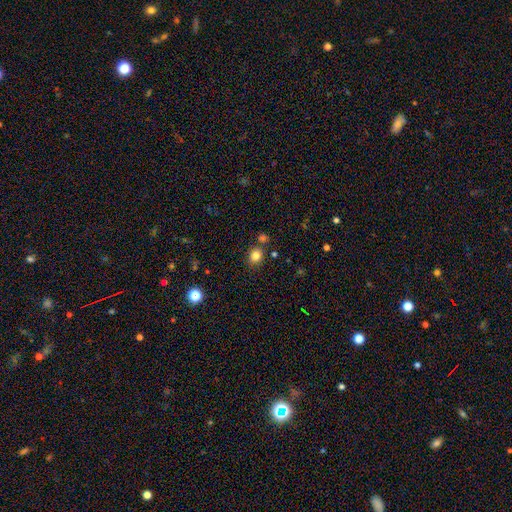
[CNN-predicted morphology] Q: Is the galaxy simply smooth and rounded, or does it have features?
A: smooth — 81%.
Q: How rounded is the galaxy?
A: round — 72%.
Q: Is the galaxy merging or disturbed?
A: none — 77%.